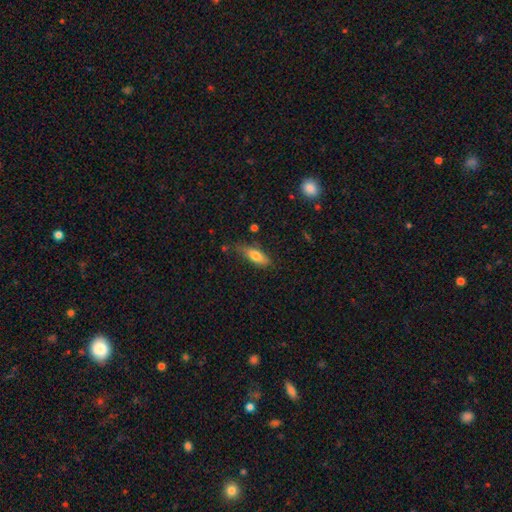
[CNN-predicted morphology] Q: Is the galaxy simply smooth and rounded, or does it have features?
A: smooth — 70%.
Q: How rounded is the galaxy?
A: in between — 58%.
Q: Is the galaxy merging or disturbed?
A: none — 68%.